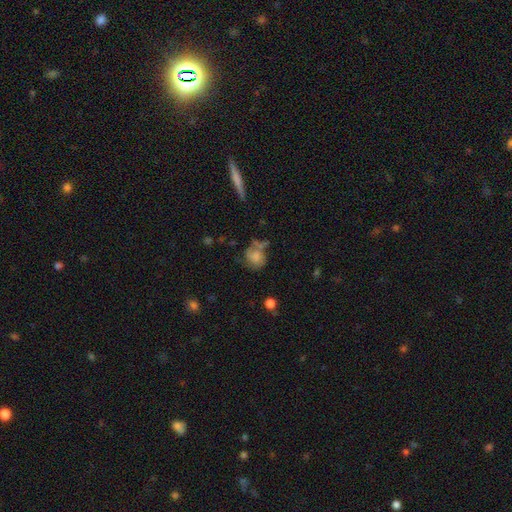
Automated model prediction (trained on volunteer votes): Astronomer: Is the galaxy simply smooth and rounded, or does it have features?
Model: smooth — 59%.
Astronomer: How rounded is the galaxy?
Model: round — 64%.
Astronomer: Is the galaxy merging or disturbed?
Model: none — 39% (runner-up: minor disturbance, 25%).